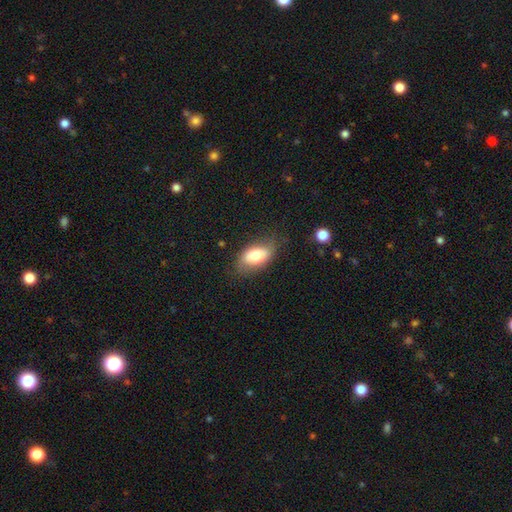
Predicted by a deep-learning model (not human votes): A smooth galaxy with no disk features (75%) that is in between round and cigar-shaped (91%). Merging: none (72%).